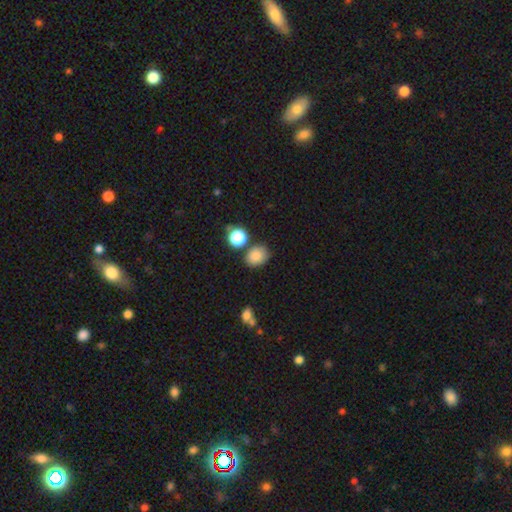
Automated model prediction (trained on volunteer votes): This appears to be a smooth galaxy with no disk features (83%) that is in between round and cigar-shaped (52%). Merging: none (72%).